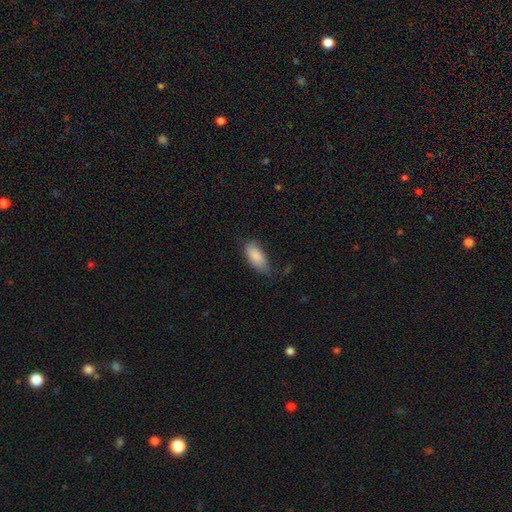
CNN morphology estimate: A smooth galaxy with no disk features (86%) that is in between round and cigar-shaped (88%). Merging: none (65%).